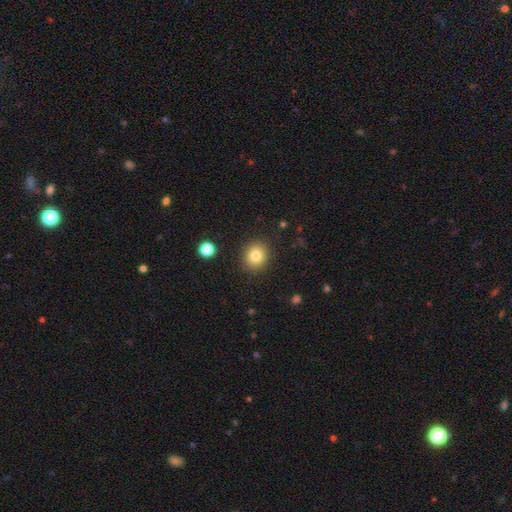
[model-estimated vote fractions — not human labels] Morphology: type=smooth (81%); roundness=round (77%); merging=none (89%).